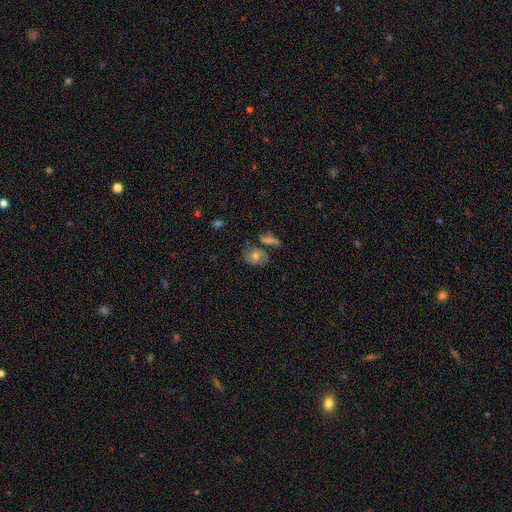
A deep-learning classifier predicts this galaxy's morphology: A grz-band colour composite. It shows a smooth galaxy with no disk features (58%) that is round (51%). Merging: none (57%).